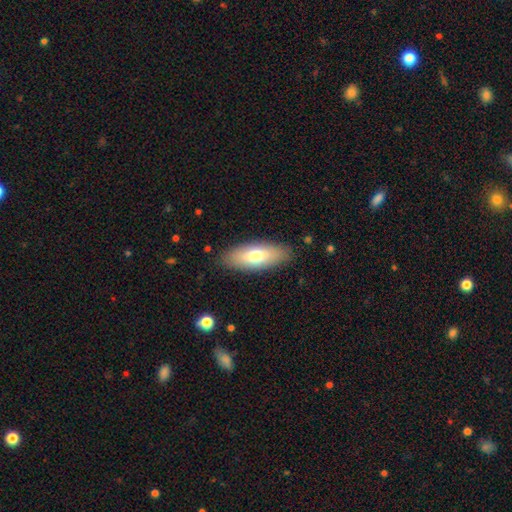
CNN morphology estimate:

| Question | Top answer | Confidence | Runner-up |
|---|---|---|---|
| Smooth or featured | smooth | 69% | featured or disk (24%) |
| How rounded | in between | 76% | cigar-shaped (22%) |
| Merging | none | 87% | minor disturbance (10%) |